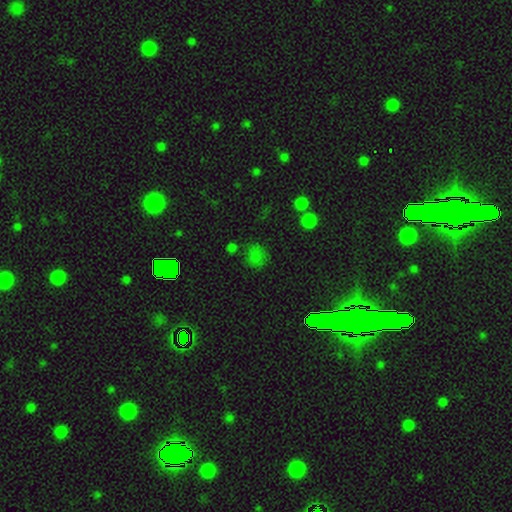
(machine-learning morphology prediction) Overall: smooth (66%; star or artifact 27%). How rounded: round (81%). Merging: none (70%).